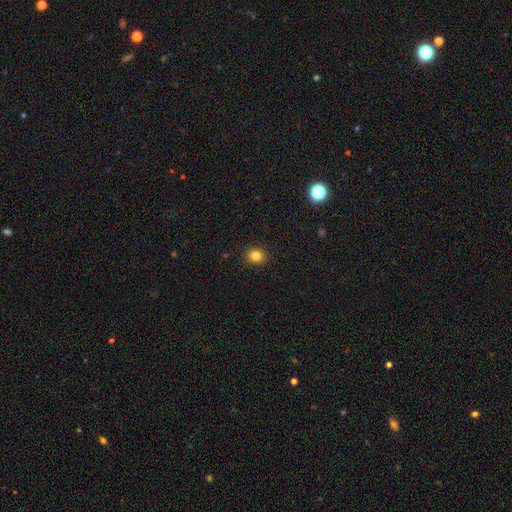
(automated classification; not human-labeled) smooth-or-featured: smooth: 83% | star or artifact: 12% | featured or disk: 5%
  how-rounded: round: 75% | in between: 24% | cigar-shaped: 1%
  merging: none: 91% | minor disturbance: 6% | major disturbance: 2% | merger: 1%